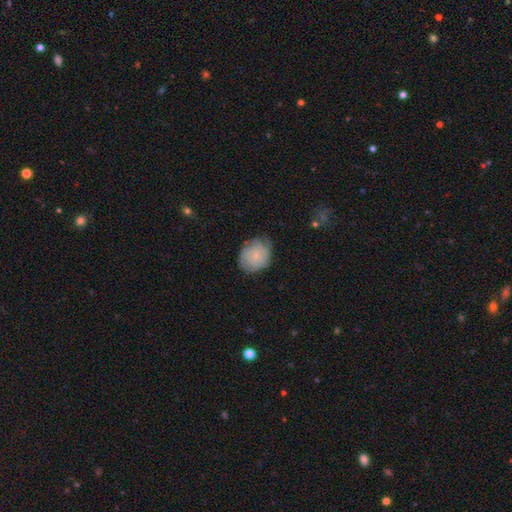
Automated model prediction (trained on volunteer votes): smooth_or_featured: smooth (p=0.50) [alt: featured or disk p=0.43]
merging: none (p=0.61) [alt: minor disturbance p=0.29]